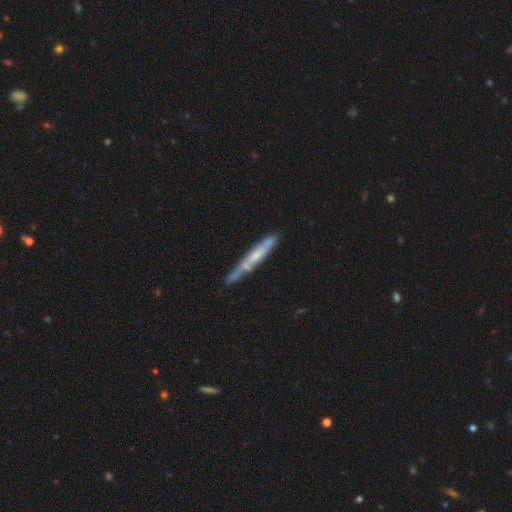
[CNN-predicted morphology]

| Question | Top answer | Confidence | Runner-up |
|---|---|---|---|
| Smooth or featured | featured or disk | 62% | smooth (32%) |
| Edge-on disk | yes | 79% | no (21%) |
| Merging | none | 68% | minor disturbance (22%) |